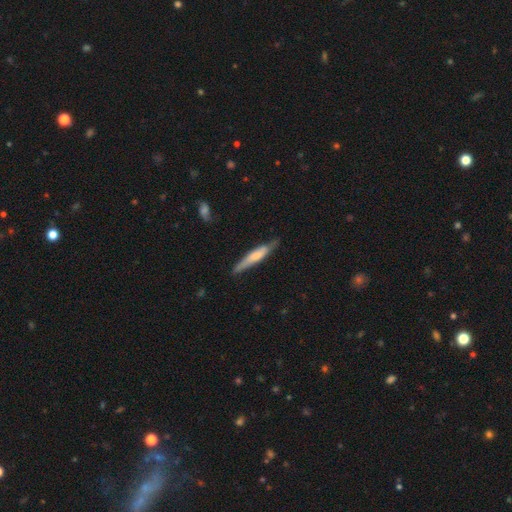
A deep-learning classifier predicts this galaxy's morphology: Q: Smooth or featured?
A: smooth (55%); runner-up: featured or disk (40%)
Q: How rounded?
A: cigar-shaped (88%); runner-up: in between (11%)
Q: Merging?
A: none (74%); runner-up: minor disturbance (20%)